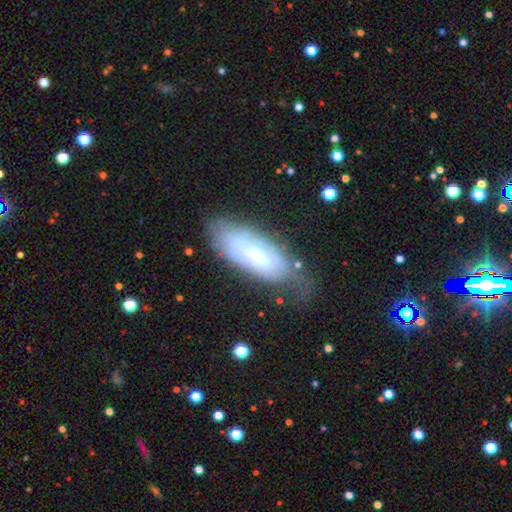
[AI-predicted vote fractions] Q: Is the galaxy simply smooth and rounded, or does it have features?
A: featured or disk — 49%.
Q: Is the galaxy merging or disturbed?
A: none — 51%.